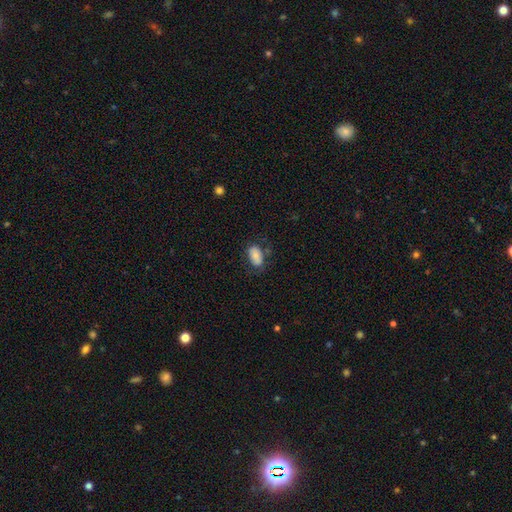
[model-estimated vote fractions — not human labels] smooth_or_featured: smooth (p=0.77) [alt: featured or disk p=0.15]
how_rounded: in between (p=0.91) [alt: round p=0.07]
merging: none (p=0.66) [alt: minor disturbance p=0.23]